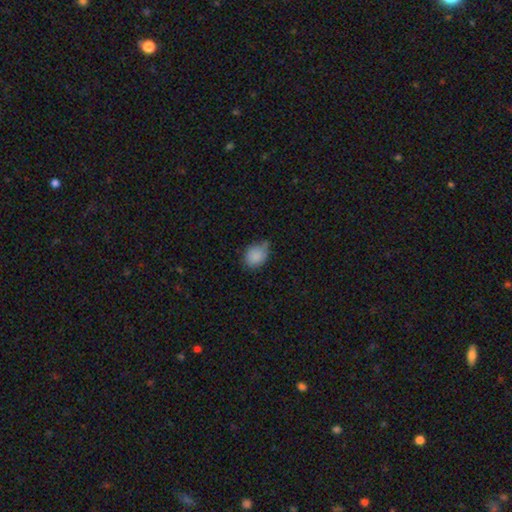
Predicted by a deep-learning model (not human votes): Smooth or featured?
  - smooth: 86% *
  - star or artifact: 8%
  - featured or disk: 6%
How rounded?
  - in between: 56% *
  - round: 43%
  - cigar-shaped: 1%
Merging?
  - none: 52% *
  - minor disturbance: 38%
  - major disturbance: 7%
  - merger: 3%